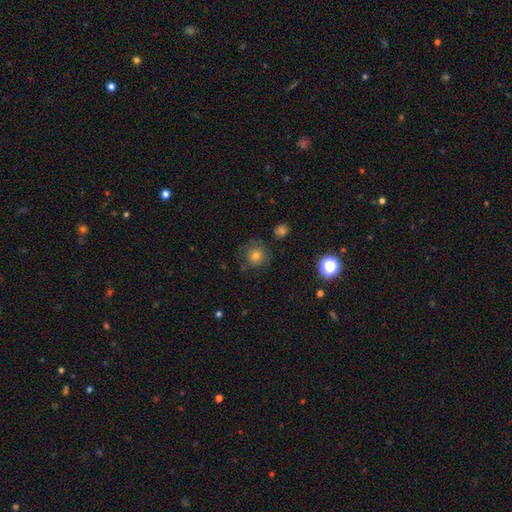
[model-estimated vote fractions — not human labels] smooth 70%, star or artifact 15%, featured or disk 15%. Down the decision tree: how rounded — round (91%); merging — none (74%).